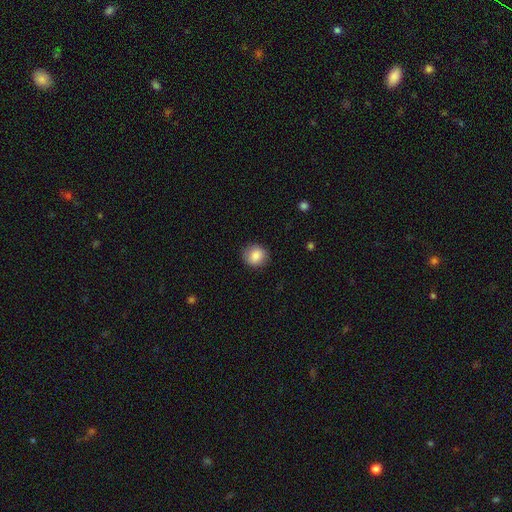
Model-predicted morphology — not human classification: smooth-or-featured: smooth: 85% | star or artifact: 8% | featured or disk: 6%
  how-rounded: round: 86% | in between: 13% | cigar-shaped: 1%
  merging: none: 86% | minor disturbance: 10% | major disturbance: 3% | merger: 1%